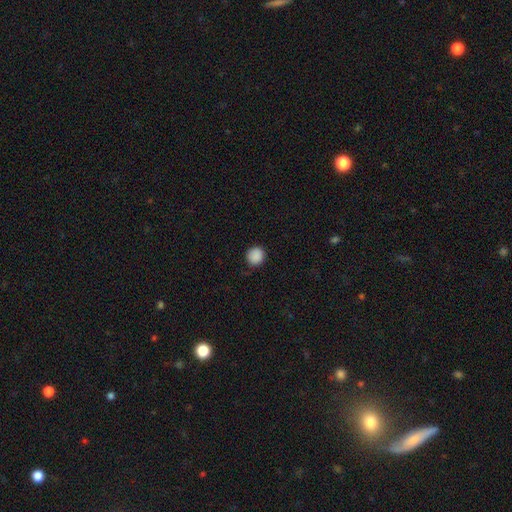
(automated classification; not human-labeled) smooth-or-featured: smooth: 88% | star or artifact: 9% | featured or disk: 3%
  how-rounded: round: 89% | in between: 10% | cigar-shaped: 1%
  merging: none: 84% | minor disturbance: 12% | major disturbance: 3% | merger: 1%